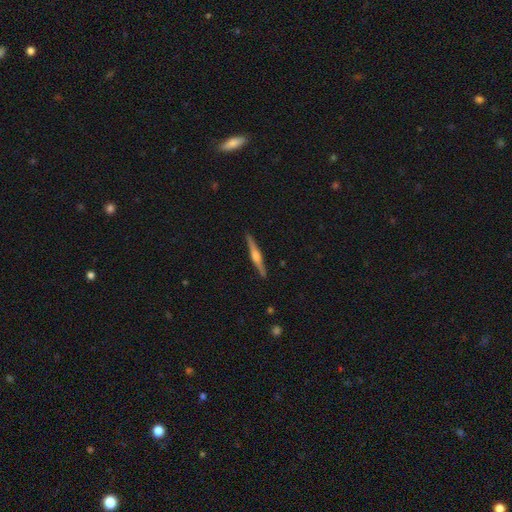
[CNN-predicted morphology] Overall: featured or disk (75%). Edge-on disk: yes (98%). Edge-on bulge: rounded (83%). Merging: none (92%).